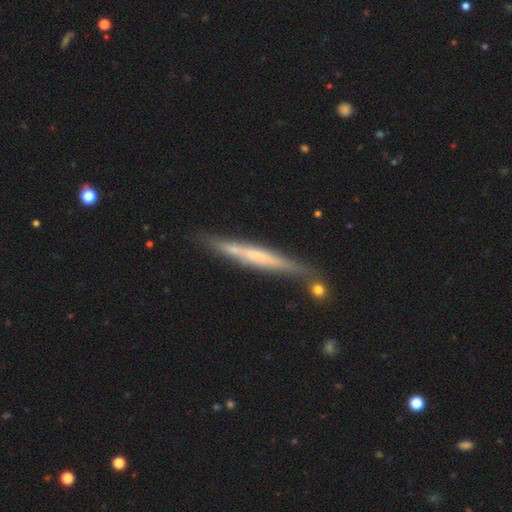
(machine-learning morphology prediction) Q: Smooth or featured?
A: featured or disk (60%); runner-up: smooth (34%)
Q: Edge-on disk?
A: yes (94%); runner-up: no (6%)
Q: Edge-on bulge?
A: none (64%); runner-up: rounded (20%)
Q: Merging?
A: none (76%); runner-up: minor disturbance (15%)